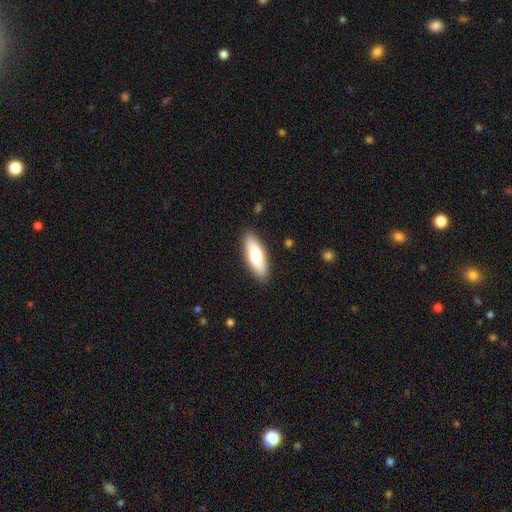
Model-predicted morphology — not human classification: Q: Smooth or featured?
A: smooth (74%); runner-up: featured or disk (20%)
Q: How rounded?
A: in between (63%); runner-up: cigar-shaped (35%)
Q: Merging?
A: none (88%); runner-up: minor disturbance (9%)